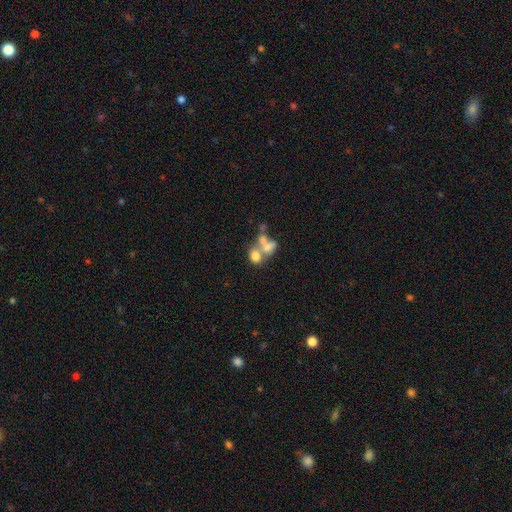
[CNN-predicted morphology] This appears to be a smooth galaxy with no disk features (62%) that is in between round and cigar-shaped (53%). Merging: merger (63%).